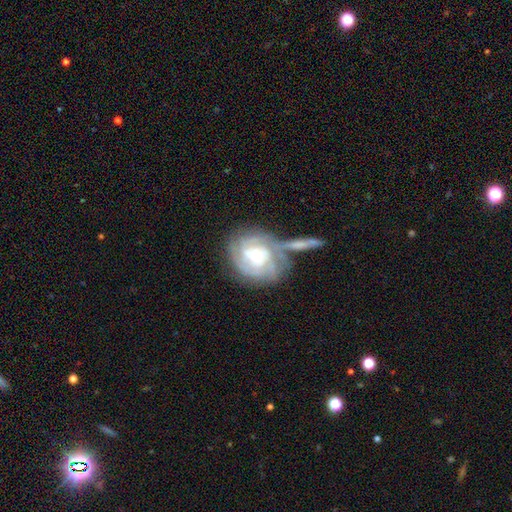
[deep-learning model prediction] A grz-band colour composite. It shows a featured or disk galaxy (78%) with no bar (63%), tight (67%) spiral arms (91%) and a small central bulge (40%). Merging: none (41%).